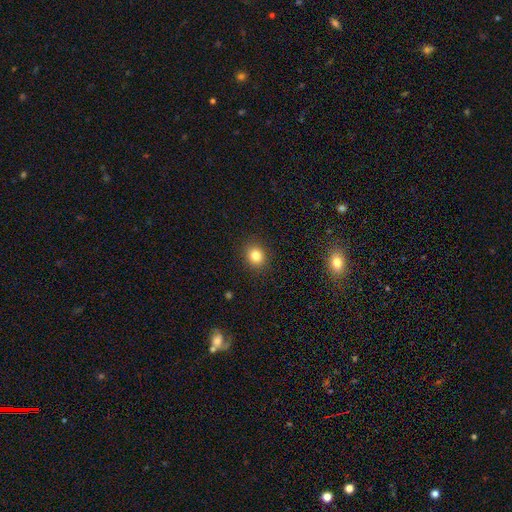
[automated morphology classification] Q: Smooth or featured?
A: smooth (82%); runner-up: star or artifact (12%)
Q: How rounded?
A: round (76%); runner-up: in between (24%)
Q: Merging?
A: none (90%); runner-up: minor disturbance (7%)